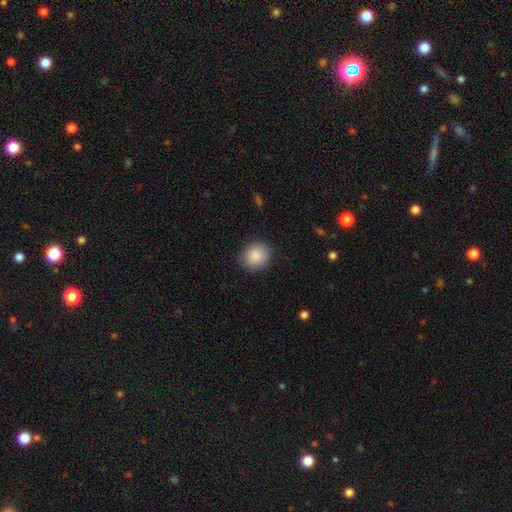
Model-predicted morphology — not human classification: A smooth galaxy with no disk features (87%) that is round (82%). Merging: none (87%).